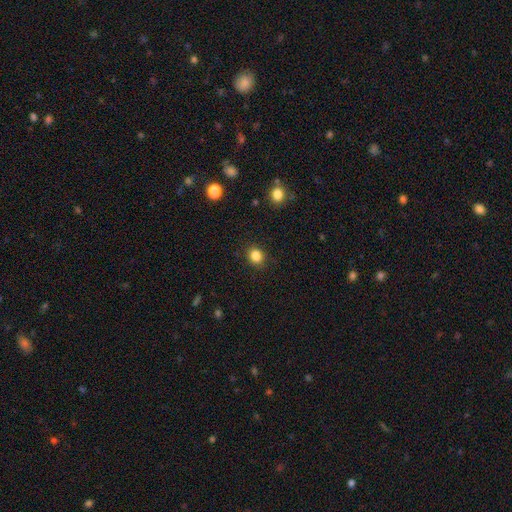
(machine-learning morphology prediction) Smooth or featured? smooth (85%)
How rounded? round (70%)
Merging? none (90%)